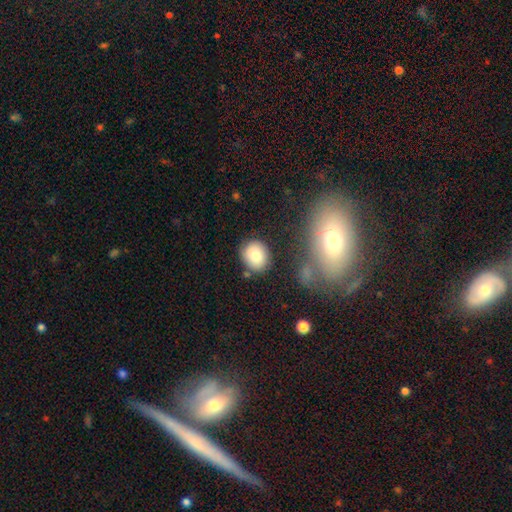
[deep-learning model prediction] Smooth or featured? smooth (81%)
How rounded? round (69%)
Merging? none (77%)